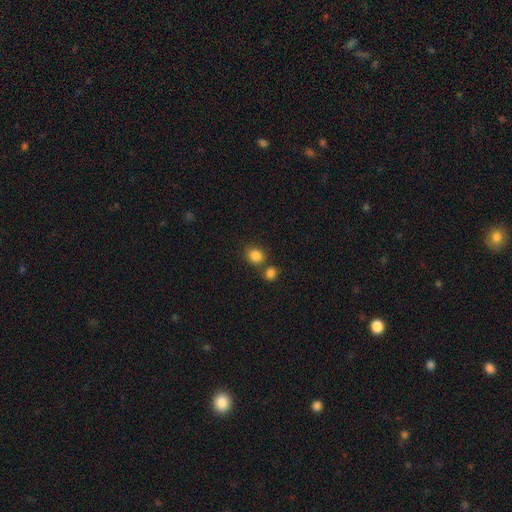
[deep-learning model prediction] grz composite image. It shows a smooth galaxy with no disk features (84%) that is round (73%). Merging: none (61%).